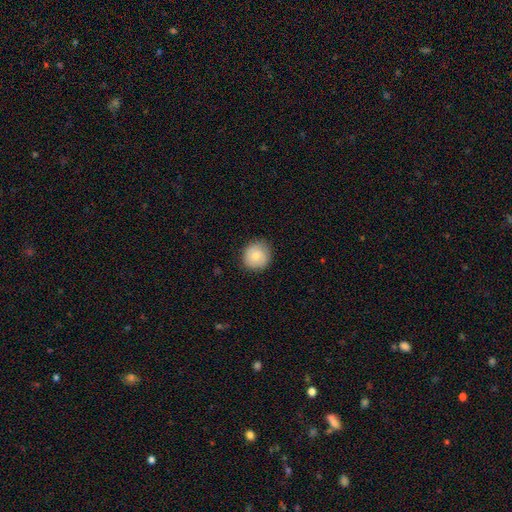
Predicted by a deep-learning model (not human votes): A smooth galaxy with no disk features (72%) that is round (89%).

Vote fractions:
- Smooth or featured? smooth: 72% / featured or disk: 21% / star or artifact: 7%
- How rounded? round: 89% / in between: 10% / cigar-shaped: 1%
- Merging? none: 83% / minor disturbance: 13% / major disturbance: 3% / merger: 1%